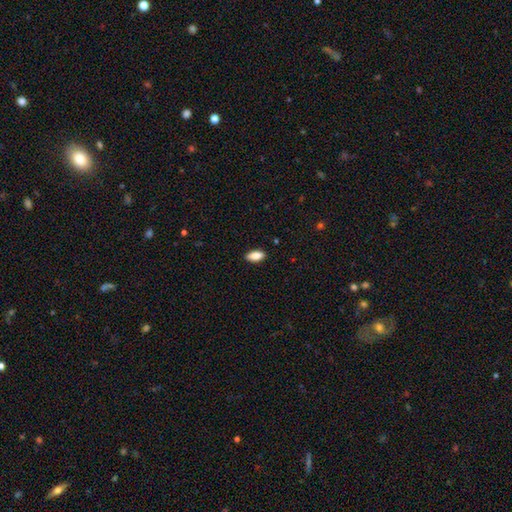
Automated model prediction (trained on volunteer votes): This is clearly a smooth galaxy (86%). How rounded: clearly in between (87%). Merging: clearly none (88%).